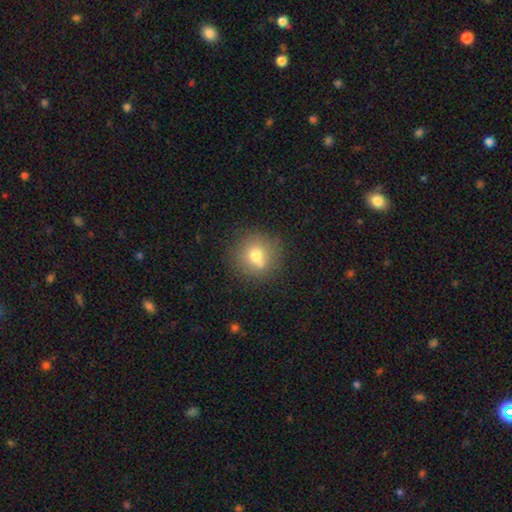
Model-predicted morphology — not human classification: smooth 70%, featured or disk 17%, star or artifact 12%. Down the decision tree: how rounded — round (91%); merging — none (69%).